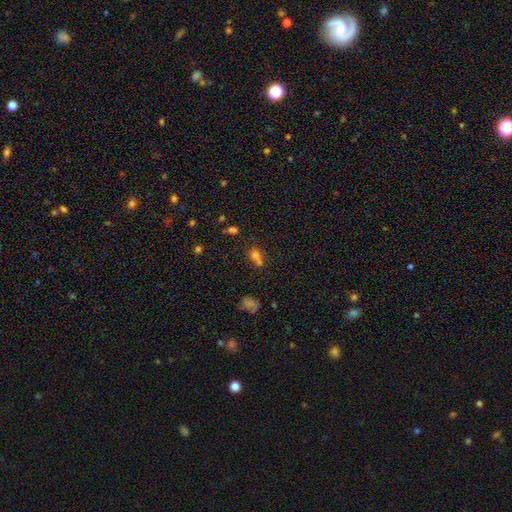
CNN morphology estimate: Smooth or featured? smooth (61%)
How rounded? round (71%)
Merging? none (46%)